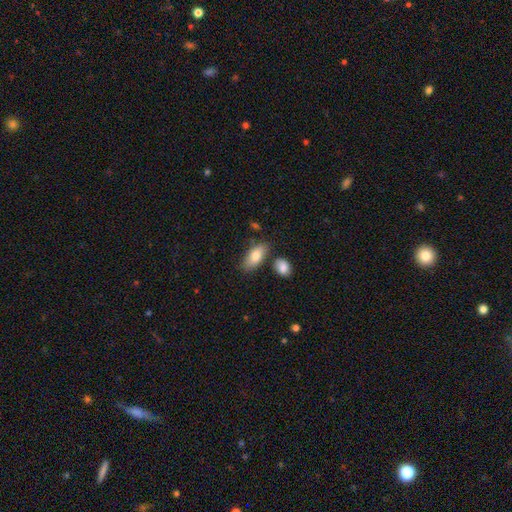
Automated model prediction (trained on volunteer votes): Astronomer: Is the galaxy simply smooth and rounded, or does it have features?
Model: smooth — 81%.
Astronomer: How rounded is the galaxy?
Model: in between — 90%.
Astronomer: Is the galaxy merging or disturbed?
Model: none — 72%.